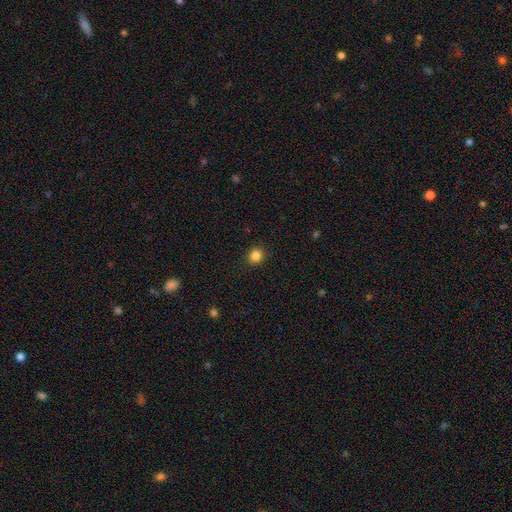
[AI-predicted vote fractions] Morphology: type=smooth (84%); roundness=round (89%); merging=none (91%).